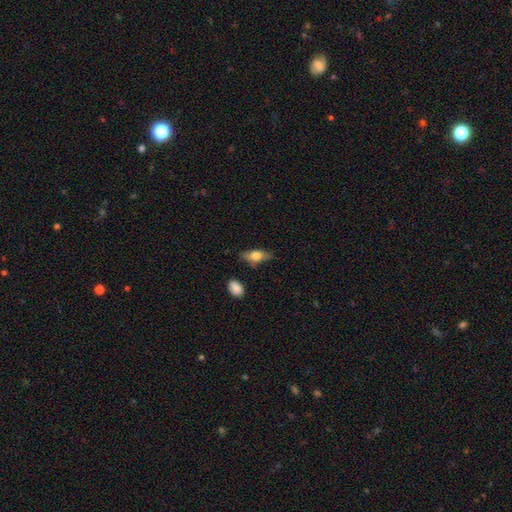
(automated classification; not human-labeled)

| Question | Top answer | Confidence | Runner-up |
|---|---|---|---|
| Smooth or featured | smooth | 72% | featured or disk (21%) |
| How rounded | in between | 80% | cigar-shaped (15%) |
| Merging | none | 76% | minor disturbance (17%) |